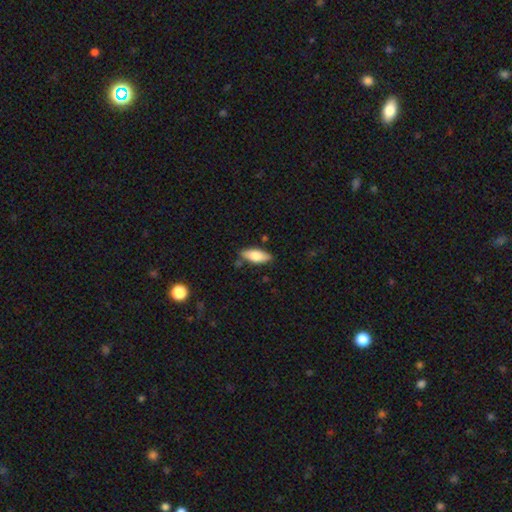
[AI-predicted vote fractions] smooth-or-featured: smooth: 74% | featured or disk: 20% | star or artifact: 6%
  how-rounded: in between: 78% | cigar-shaped: 19% | round: 2%
  merging: none: 81% | minor disturbance: 13% | merger: 3% | major disturbance: 2%